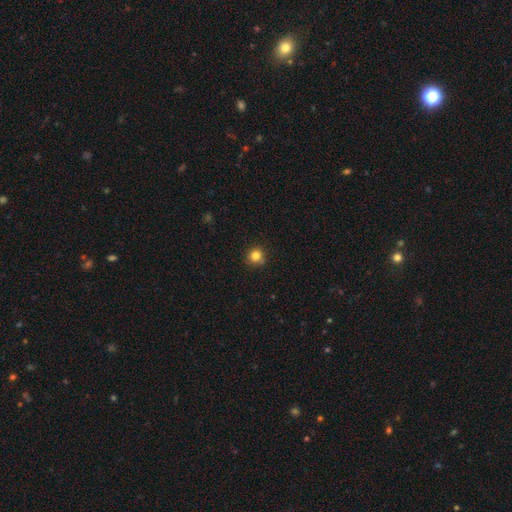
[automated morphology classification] Smooth or featured? smooth (82%)
How rounded? round (93%)
Merging? none (85%)